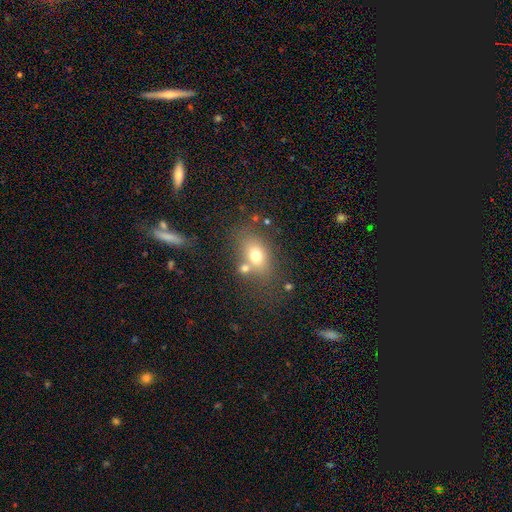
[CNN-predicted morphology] A smooth galaxy with no disk features (70%) that is in between round and cigar-shaped (75%). Merging: none (61%).